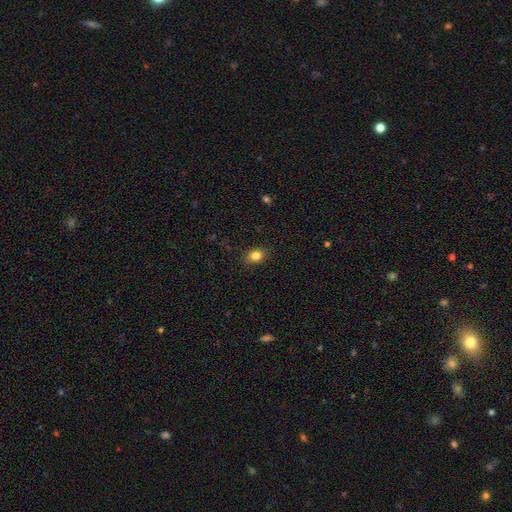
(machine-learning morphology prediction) This is clearly a smooth galaxy (83%). How rounded: possibly in between (55%). Merging: clearly none (87%).